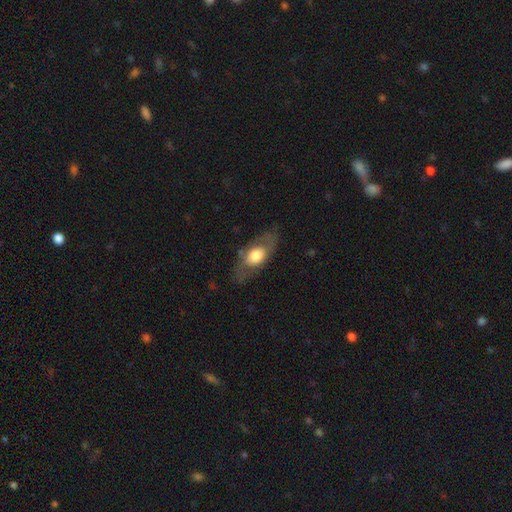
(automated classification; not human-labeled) Q: Smooth or featured?
A: smooth (50%); runner-up: featured or disk (44%)
Q: How rounded?
A: in between (81%); runner-up: round (10%)
Q: Merging?
A: none (74%); runner-up: minor disturbance (16%)